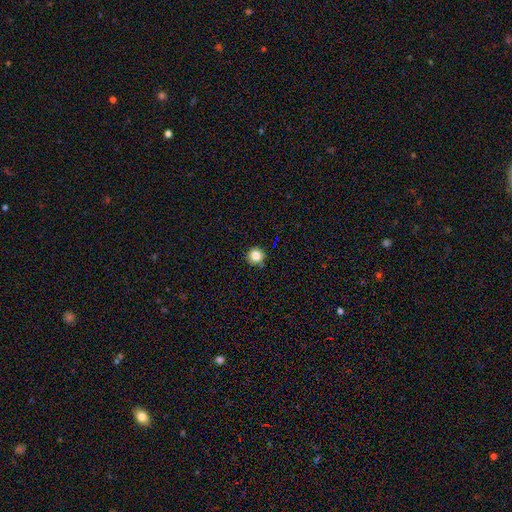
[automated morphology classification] Smooth or featured?
  - smooth: 82% *
  - star or artifact: 12%
  - featured or disk: 6%
How rounded?
  - round: 94% *
  - in between: 5%
  - cigar-shaped: 1%
Merging?
  - none: 88% *
  - minor disturbance: 8%
  - merger: 2%
  - major disturbance: 2%